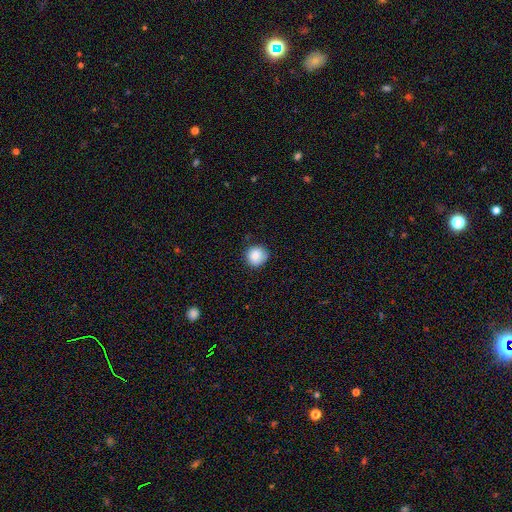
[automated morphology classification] This appears to be a smooth galaxy with no disk features (86%) that is round (90%). Merging: none (81%).